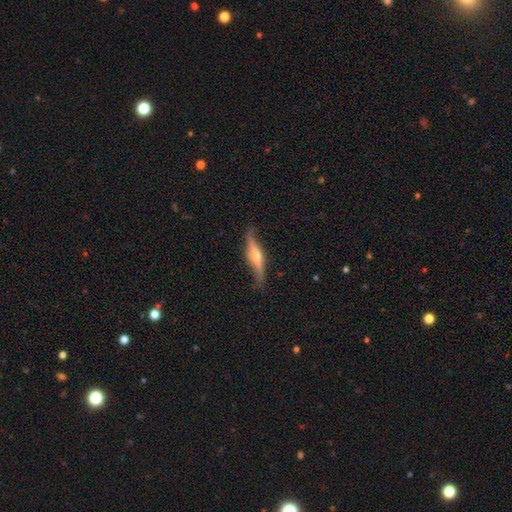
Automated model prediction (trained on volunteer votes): The model was most divided on "smooth or featured": featured or disk: 72%, smooth: 22%, star or artifact: 5%. More confident: edge-on bulge — rounded (87%); edge-on disk — yes (84%); merging — none (74%).